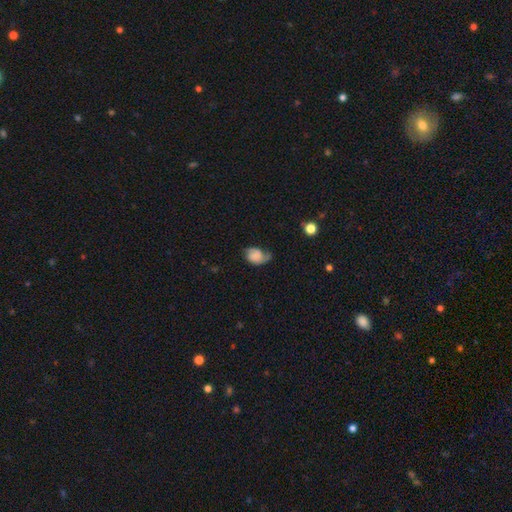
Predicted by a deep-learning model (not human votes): Smooth or featured?
  - smooth: 50% *
  - featured or disk: 40%
  - star or artifact: 10%
How rounded?
  - in between: 75% *
  - round: 24%
  - cigar-shaped: 1%
Merging?
  - minor disturbance: 37% *
  - none: 36%
  - major disturbance: 24%
  - merger: 3%